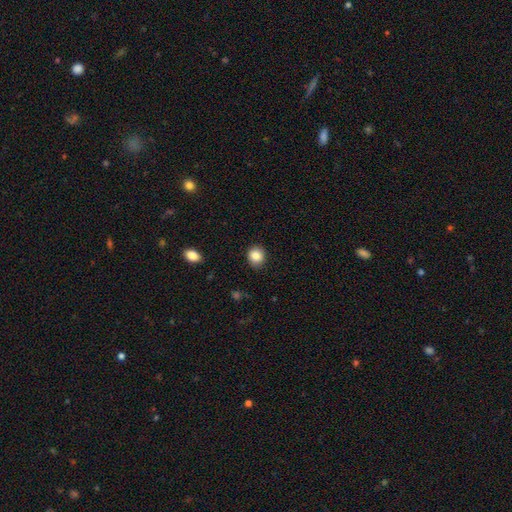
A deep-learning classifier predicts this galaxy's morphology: type=smooth (85%); roundness=round (78%); merging=none (87%).